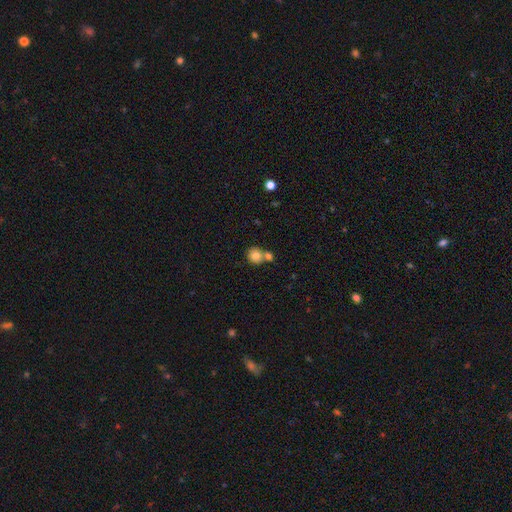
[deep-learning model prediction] Smooth or featured?
  - smooth: 80% *
  - star or artifact: 10%
  - featured or disk: 10%
How rounded?
  - round: 87% *
  - in between: 12%
  - cigar-shaped: 1%
Merging?
  - none: 51% *
  - merger: 38%
  - minor disturbance: 8%
  - major disturbance: 3%